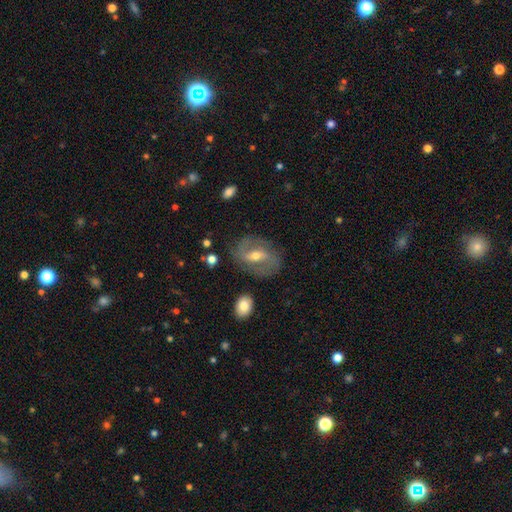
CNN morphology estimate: A featured or disk galaxy (72%) with a strong bar (42%), 2 (82%) medium (47%) spiral arms (80%) and a moderate central bulge (58%).

Vote fractions:
- Smooth or featured? featured or disk: 72% / smooth: 20% / star or artifact: 7%
- Edge-on disk? no: 94% / yes: 6%
- Bar? strong: 42% / weak: 41% / no: 17%
- Spiral arms? yes: 80% / no: 20%
- Spiral winding? medium: 47% / tight: 27% / loose: 26%
- Spiral arm count? 2: 82% / can't tell: 11% / 1: 3% / 3: 2% / 4: 1% / more than 4: 1%
- Bulge size? moderate: 58% / small: 37% / large: 3% / none: 1% / dominant: 1%
- Merging? none: 76% / minor disturbance: 15% / major disturbance: 7% / merger: 2%